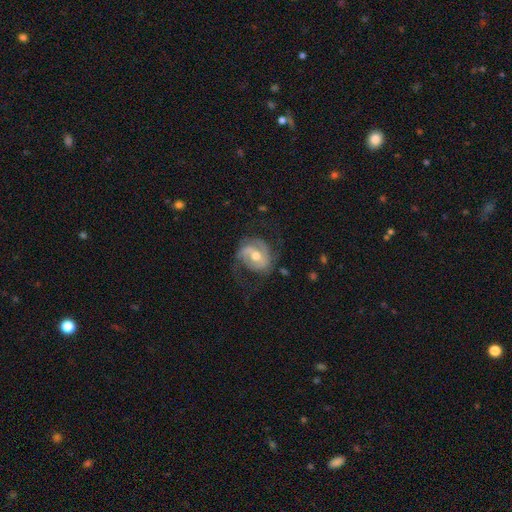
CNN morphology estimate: type=featured or disk (72%); edge-on=no (97%); bar=weak (41%); spiral arms=yes (85%); winding=medium (44%); arm count=2 (67%); bulge=moderate (72%); merging=none (55%).